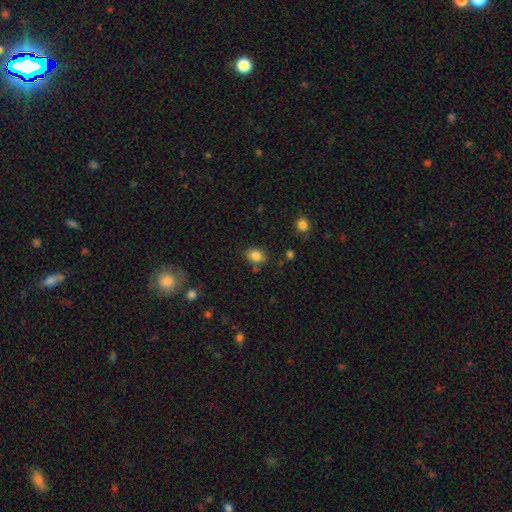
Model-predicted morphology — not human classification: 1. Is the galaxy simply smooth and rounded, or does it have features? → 84% smooth, 10% star or artifact, 6% featured or disk.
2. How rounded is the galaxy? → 56% in between, 43% round, 1% cigar-shaped.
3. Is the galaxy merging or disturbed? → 76% none, 15% minor disturbance, 5% merger, 4% major disturbance.